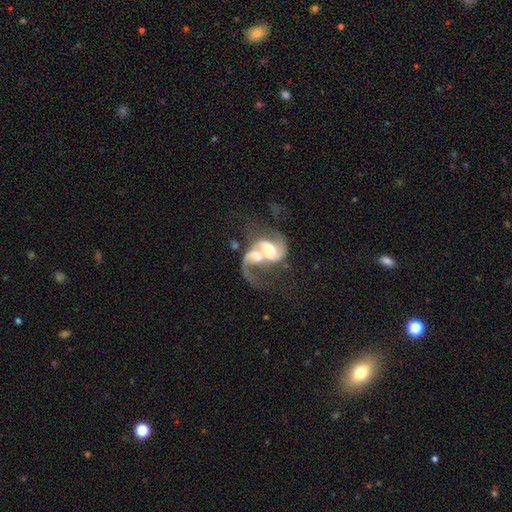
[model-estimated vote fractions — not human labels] smooth-or-featured: featured or disk: 81% | smooth: 13% | star or artifact: 6%
  disk-edge-on: no: 97% | yes: 3%
    bar: no: 50% | weak: 35% | strong: 15%
    has-spiral-arms: yes: 92% | no: 8%
      spiral-winding: loose: 51% | medium: 38% | tight: 11%
      spiral-arm-count: 2: 69% | 1: 19% | can't tell: 8% | 3: 2% | 4: 1% | more than 4: 1%
    bulge-size: moderate: 57% | small: 22% | large: 15% | none: 4% | dominant: 2%
  merging: merger: 72% | major disturbance: 12% | none: 11% | minor disturbance: 5%